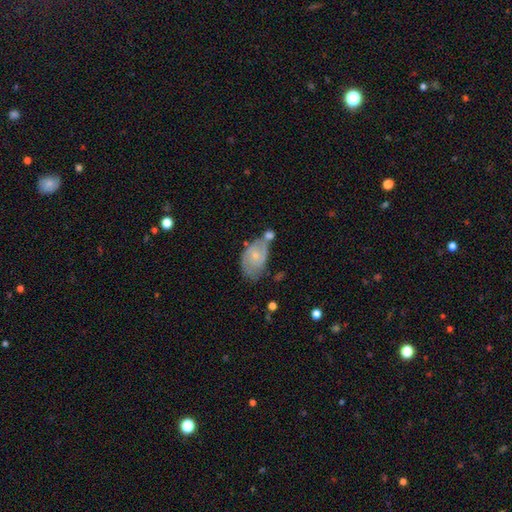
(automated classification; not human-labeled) Q: Smooth or featured?
A: featured or disk (61%); runner-up: smooth (33%)
Q: Edge-on disk?
A: no (96%); runner-up: yes (4%)
Q: Bar?
A: no (72%); runner-up: weak (24%)
Q: Spiral arms?
A: yes (76%); runner-up: no (24%)
Q: Bulge size?
A: small (69%); runner-up: moderate (25%)
Q: Merging?
A: none (33%); runner-up: merger (28%)